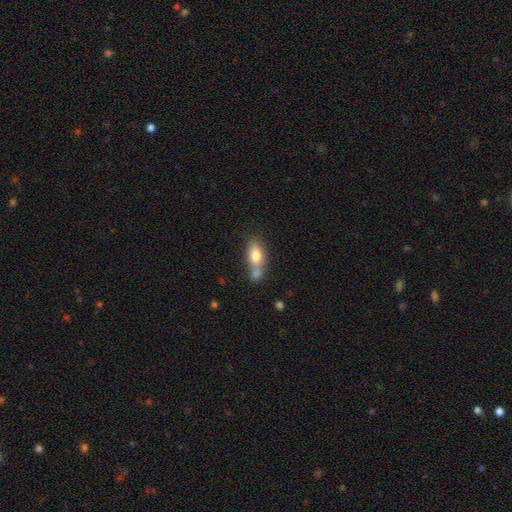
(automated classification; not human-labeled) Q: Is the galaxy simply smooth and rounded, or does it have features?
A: smooth — 75%.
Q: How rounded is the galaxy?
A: in between — 79%.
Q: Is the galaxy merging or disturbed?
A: merger — 45%.